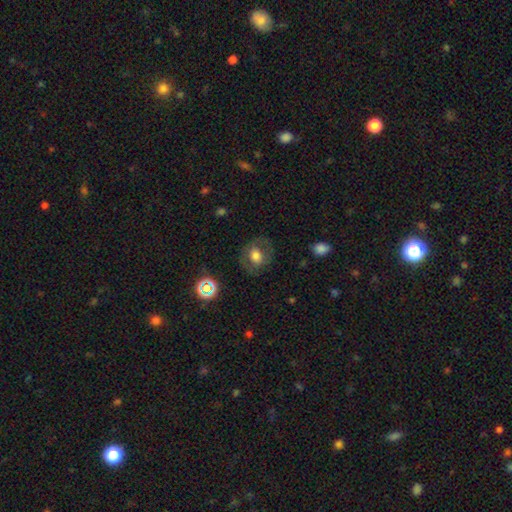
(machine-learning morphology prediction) A smooth galaxy with no disk features (57%) that is round (57%).

Vote fractions:
- Smooth or featured? smooth: 57% / featured or disk: 32% / star or artifact: 11%
- How rounded? round: 57% / in between: 42% / cigar-shaped: 1%
- Merging? none: 76% / minor disturbance: 13% / major disturbance: 9% / merger: 1%